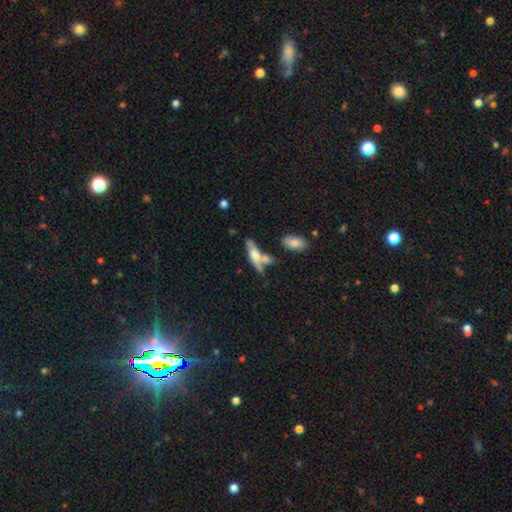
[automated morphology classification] The model was most divided on "smooth or featured" (2-way tie): smooth: 46%, featured or disk: 46%, star or artifact: 8%. Remaining: merging — none (43%).